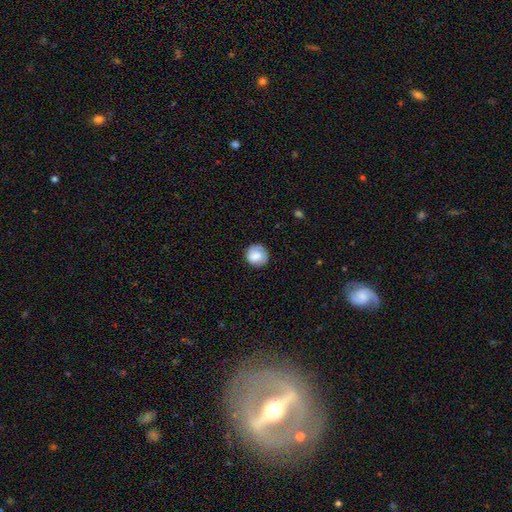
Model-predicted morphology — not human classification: smooth 79%, featured or disk 14%, star or artifact 7%. Down the decision tree: how rounded — round (92%); merging — none (81%).